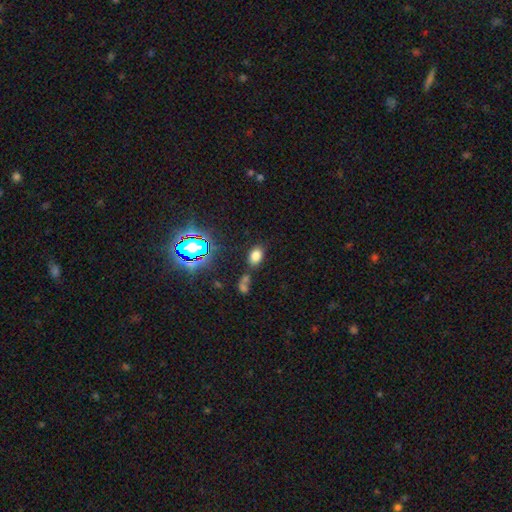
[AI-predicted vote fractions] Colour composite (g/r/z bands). It shows a smooth galaxy with no disk features (72%) that is in between round and cigar-shaped (84%). Merging: none (72%).